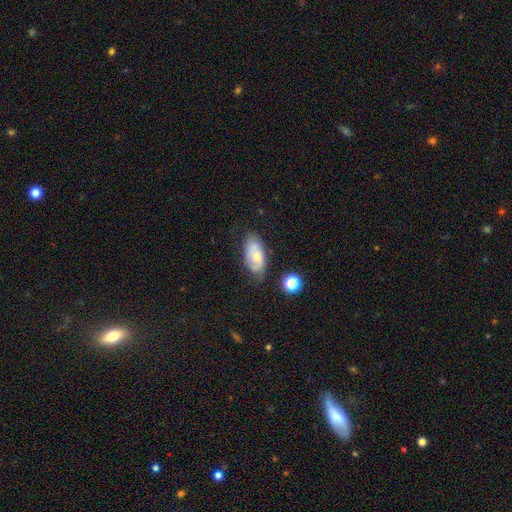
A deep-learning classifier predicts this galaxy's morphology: Overall: smooth (49%; featured or disk 43%). Merging: none (66%).